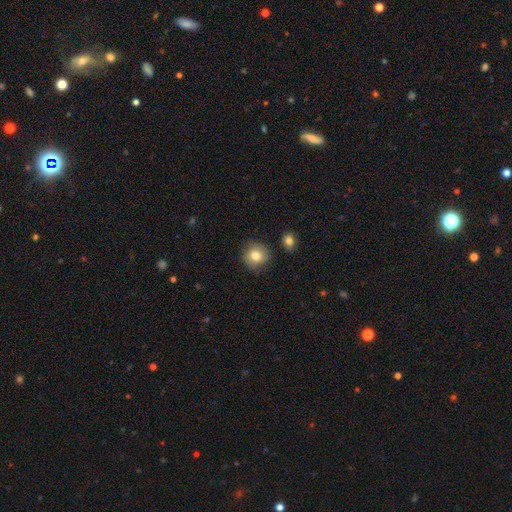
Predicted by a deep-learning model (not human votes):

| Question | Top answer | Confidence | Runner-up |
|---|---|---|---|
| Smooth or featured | smooth | 78% | featured or disk (13%) |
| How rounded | round | 84% | in between (15%) |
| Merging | none | 80% | minor disturbance (14%) |